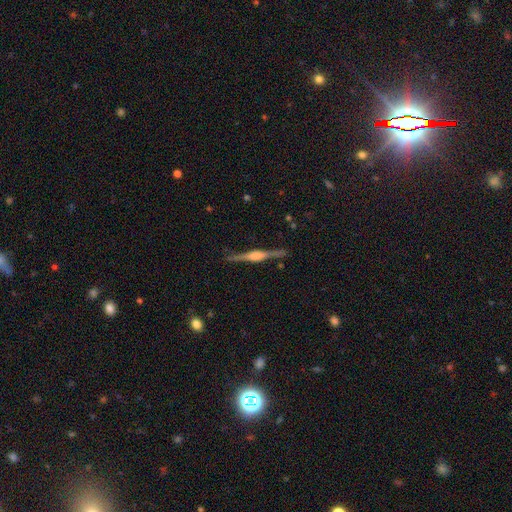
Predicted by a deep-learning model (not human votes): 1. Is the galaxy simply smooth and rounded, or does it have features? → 84% featured or disk, 10% smooth, 6% star or artifact.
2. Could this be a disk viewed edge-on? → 98% yes, 2% no.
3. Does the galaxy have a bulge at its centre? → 67% rounded, 29% boxy, 4% none.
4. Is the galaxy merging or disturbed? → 88% none, 9% minor disturbance, 2% major disturbance, 1% merger.